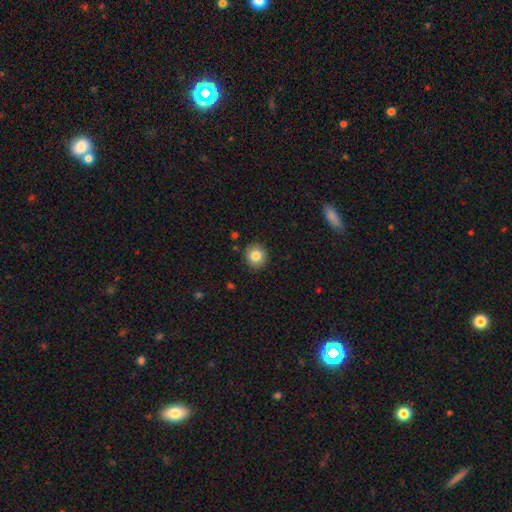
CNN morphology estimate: Smooth or featured: smooth — 84% (star or artifact — 10%)
How rounded: round — 87% (in between — 12%)
Merging: none — 90% (minor disturbance — 7%)